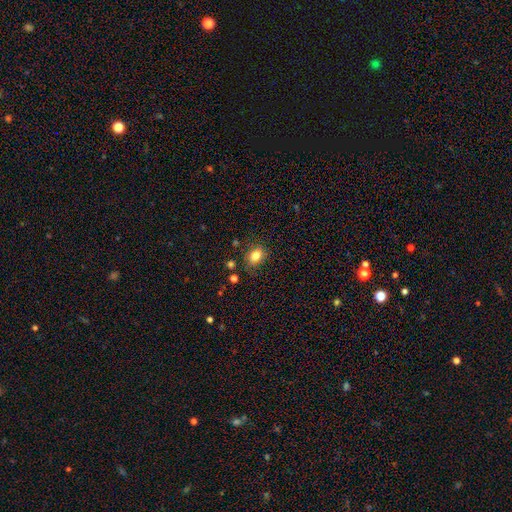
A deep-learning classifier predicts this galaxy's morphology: A smooth galaxy with no disk features (82%) that is in between round and cigar-shaped (63%).

Vote fractions:
- Smooth or featured? smooth: 82% / star or artifact: 11% / featured or disk: 7%
- How rounded? in between: 63% / round: 35% / cigar-shaped: 1%
- Merging? none: 78% / minor disturbance: 15% / major disturbance: 4% / merger: 3%